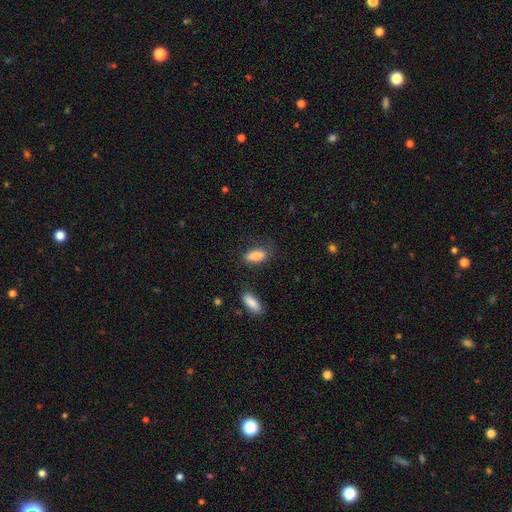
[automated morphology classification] The model was most divided on "merging": none: 74%, minor disturbance: 18%, major disturbance: 5%, merger: 3%. More confident: smooth or featured — smooth (83%); how rounded — in between (79%).